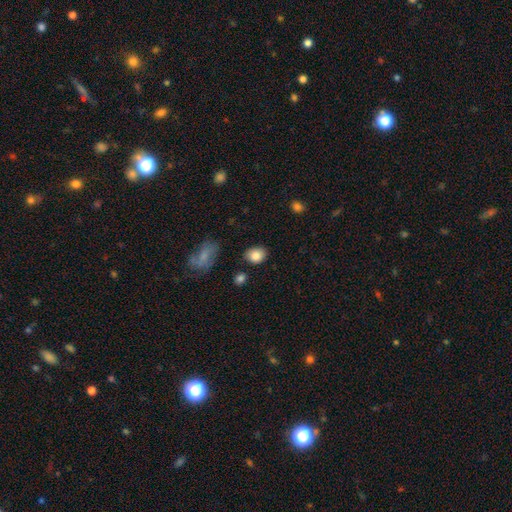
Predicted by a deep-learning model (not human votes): smooth-or-featured: smooth: 85% | star or artifact: 8% | featured or disk: 7%
  how-rounded: in between: 54% | round: 45% | cigar-shaped: 1%
  merging: none: 83% | minor disturbance: 11% | merger: 3% | major disturbance: 3%